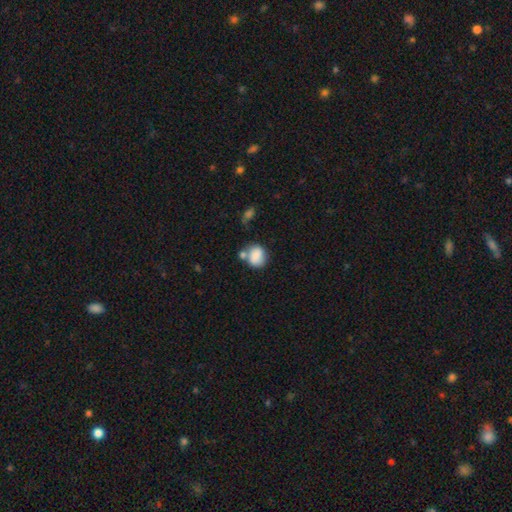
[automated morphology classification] type=smooth (83%); roundness=round (60%); merging=none (48%).